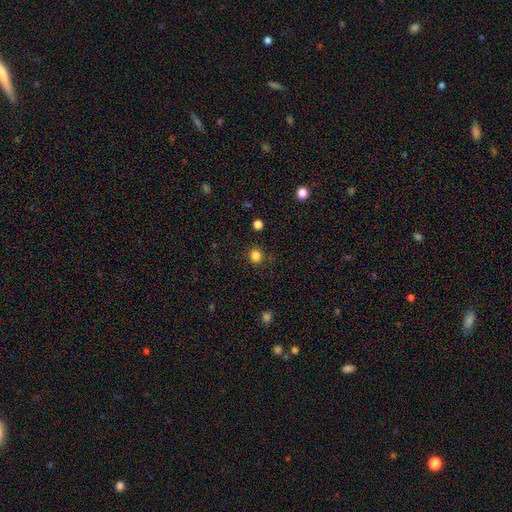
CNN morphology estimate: Q: Smooth or featured?
A: smooth (83%); runner-up: star or artifact (13%)
Q: How rounded?
A: round (89%); runner-up: in between (10%)
Q: Merging?
A: none (89%); runner-up: minor disturbance (7%)